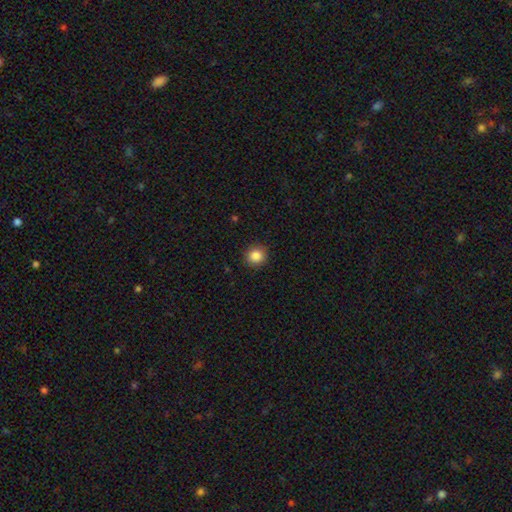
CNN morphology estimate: type=smooth (86%); roundness=round (85%); merging=none (89%).